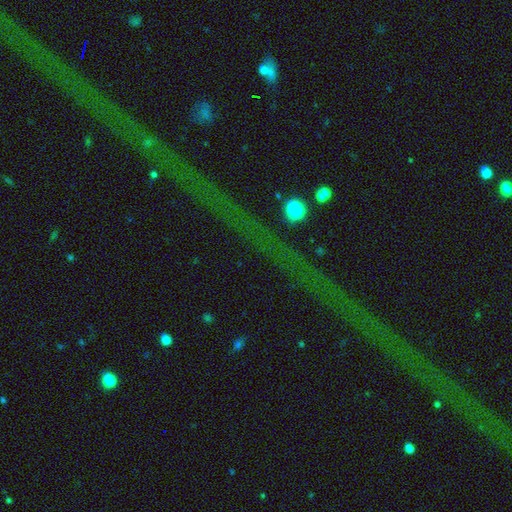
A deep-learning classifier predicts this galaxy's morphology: Overall: star or artifact (75%).